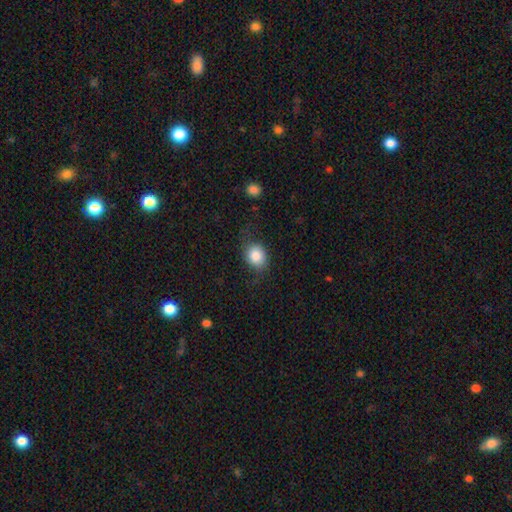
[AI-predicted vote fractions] smooth_or_featured: smooth (p=0.82) [alt: featured or disk p=0.10]
how_rounded: round (p=0.56) [alt: in between p=0.43]
merging: none (p=0.68) [alt: minor disturbance p=0.20]